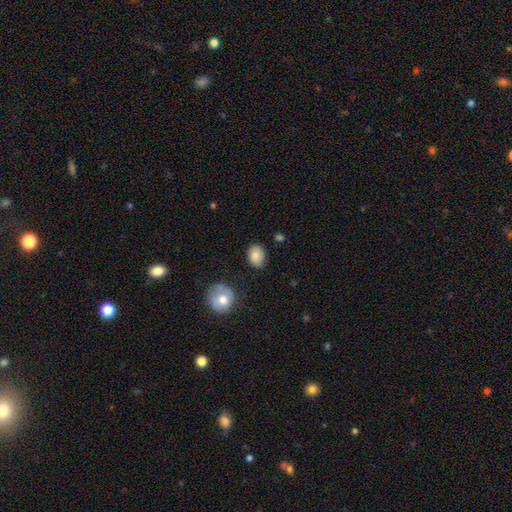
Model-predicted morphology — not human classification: The model was most divided on "how rounded": in between: 64%, round: 35%, cigar-shaped: 1%. More confident: smooth or featured — smooth (83%); merging — none (76%).